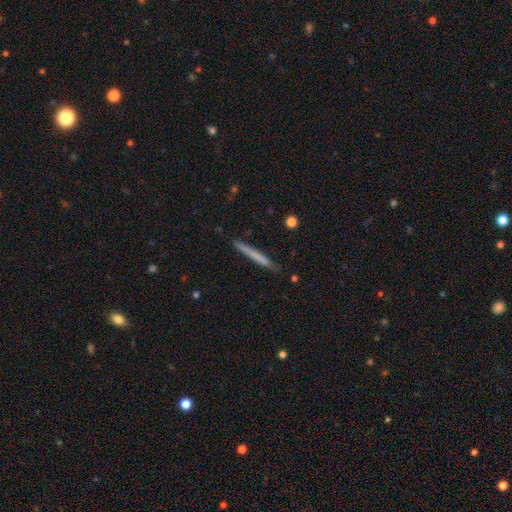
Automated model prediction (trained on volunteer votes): smooth-or-featured: smooth: 65% | featured or disk: 30% | star or artifact: 6%
  how-rounded: cigar-shaped: 97% | in between: 2% | round: 1%
  merging: none: 88% | minor disturbance: 9% | major disturbance: 2% | merger: 1%